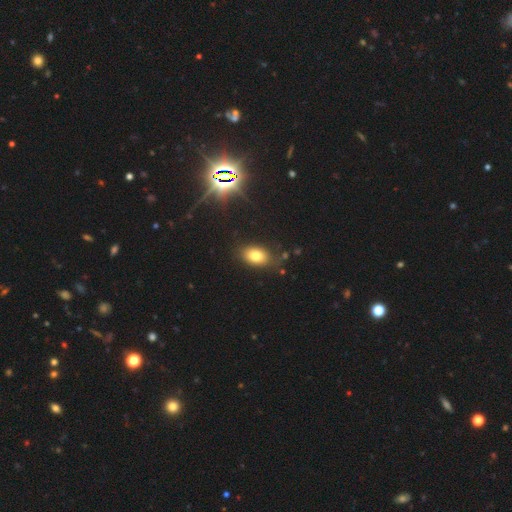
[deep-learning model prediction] A smooth galaxy with no disk features (78%) that is in between round and cigar-shaped (85%).

Vote fractions:
- Smooth or featured? smooth: 78% / star or artifact: 12% / featured or disk: 10%
- How rounded? in between: 85% / round: 13% / cigar-shaped: 2%
- Merging? none: 80% / minor disturbance: 14% / major disturbance: 4% / merger: 2%